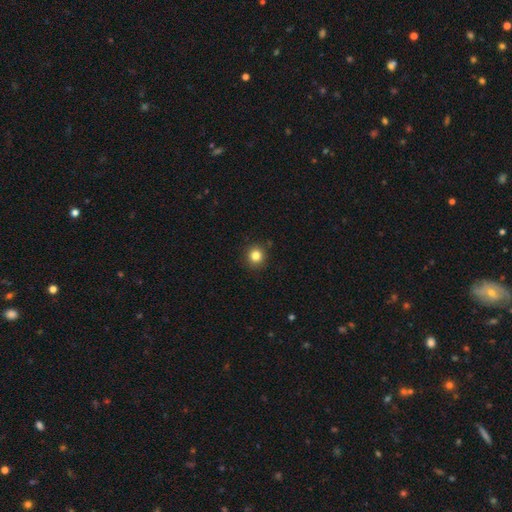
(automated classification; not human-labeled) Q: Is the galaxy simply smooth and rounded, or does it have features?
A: smooth — 83%.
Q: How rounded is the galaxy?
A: round — 92%.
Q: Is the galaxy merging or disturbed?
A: none — 91%.